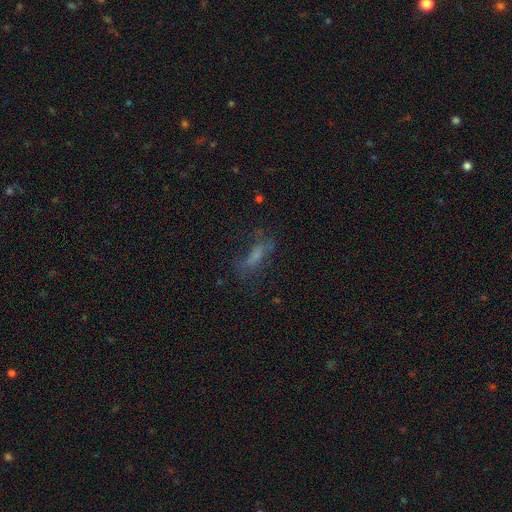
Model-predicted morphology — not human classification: Q: Smooth or featured?
A: smooth (54%); runner-up: featured or disk (27%)
Q: How rounded?
A: cigar-shaped (49%); runner-up: in between (48%)
Q: Merging?
A: none (50%); runner-up: major disturbance (24%)